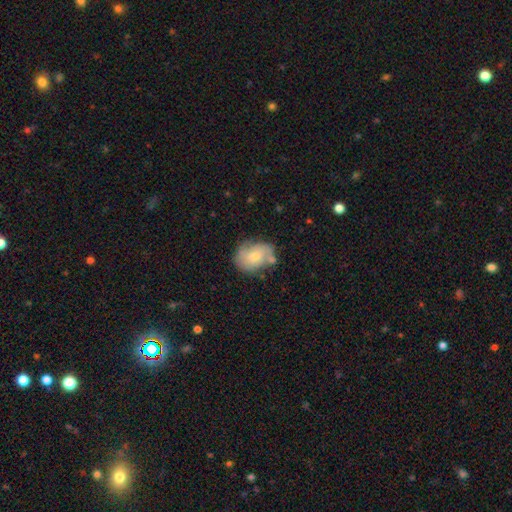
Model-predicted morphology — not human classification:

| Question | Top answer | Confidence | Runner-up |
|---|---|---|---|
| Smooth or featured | featured or disk | 47% | smooth (44%) |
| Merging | none | 60% | minor disturbance (24%) |